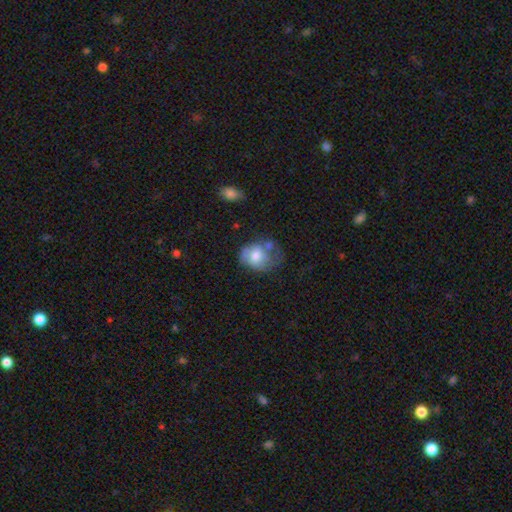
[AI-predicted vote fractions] Overall: smooth (62%; featured or disk 31%). How rounded: in between (54%; round 45%). Merging: minor disturbance (30%; major disturbance 28%).